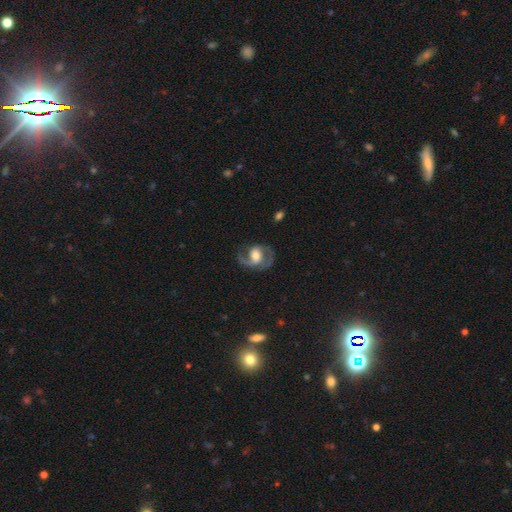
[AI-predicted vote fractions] featured or disk 81%, smooth 13%, star or artifact 6%. Down the decision tree: edge-on disk — no (97%); bar — no (44%); spiral arms — yes (93%); spiral arm count — 2 (84%); spiral winding — medium (53%); bulge size — moderate (55%); merging — none (68%).